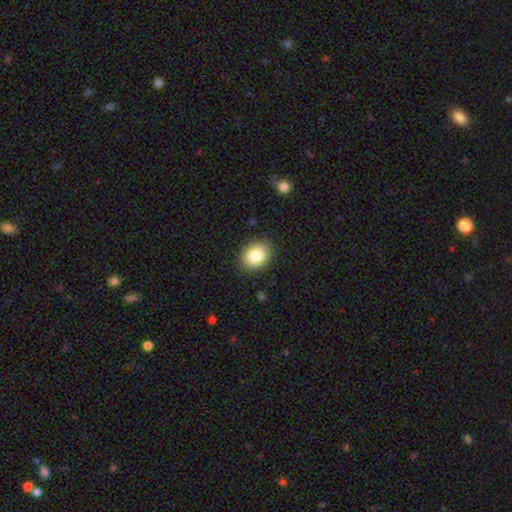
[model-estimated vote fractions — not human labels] Smooth or featured? Predicted: smooth (p=0.85). How rounded? Predicted: in between (p=0.60). Merging? Predicted: none (p=0.87).